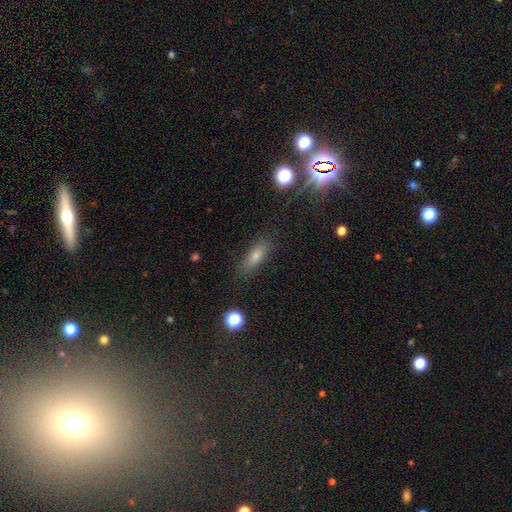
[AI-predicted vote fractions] Smooth or featured? Predicted: smooth (p=0.63). How rounded? Predicted: in between (p=0.58). Merging? Predicted: none (p=0.84).